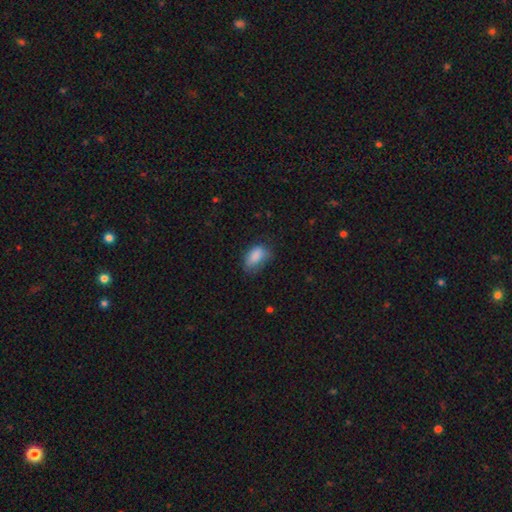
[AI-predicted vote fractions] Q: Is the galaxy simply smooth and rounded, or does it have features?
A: smooth — 84%.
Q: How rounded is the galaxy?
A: in between — 90%.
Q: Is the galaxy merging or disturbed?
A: none — 49%.